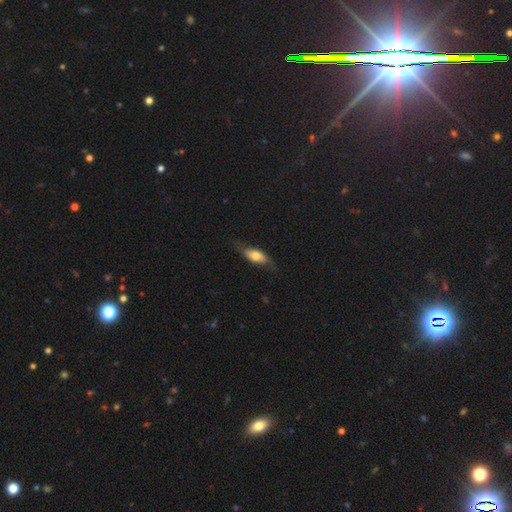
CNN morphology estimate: The model was most divided on "smooth or featured": smooth: 59%, featured or disk: 35%, star or artifact: 6%. More confident: how rounded — in between (74%); merging — none (68%).